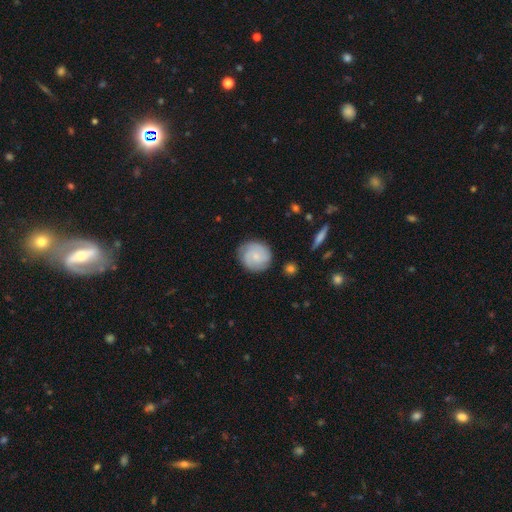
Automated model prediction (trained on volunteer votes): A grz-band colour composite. It shows a featured or disk galaxy (59%) with no bar (64%), 2 (43%) tight (54%) spiral arms (93%) and a small central bulge (64%). Merging: none (81%).